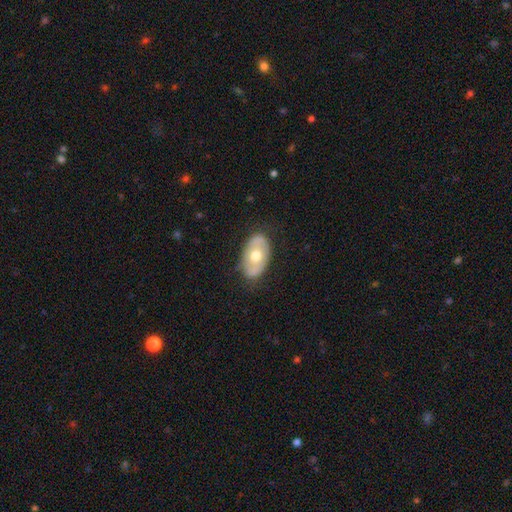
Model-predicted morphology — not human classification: smooth 50%, featured or disk 44%, star or artifact 6%. Down the decision tree: merging — none (79%).